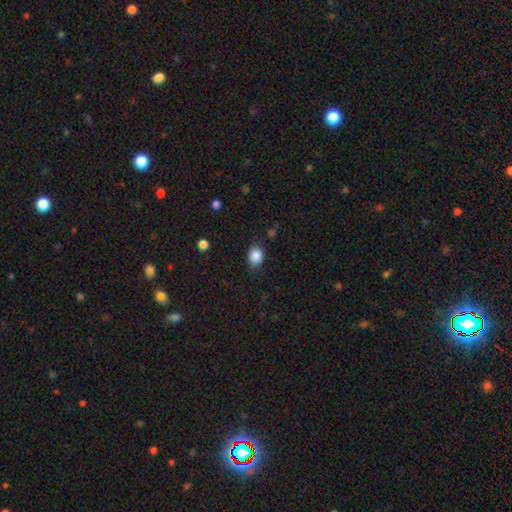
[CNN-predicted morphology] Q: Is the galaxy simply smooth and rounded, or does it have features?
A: smooth — 87%.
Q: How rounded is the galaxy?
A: in between — 52%.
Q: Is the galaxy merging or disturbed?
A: none — 82%.